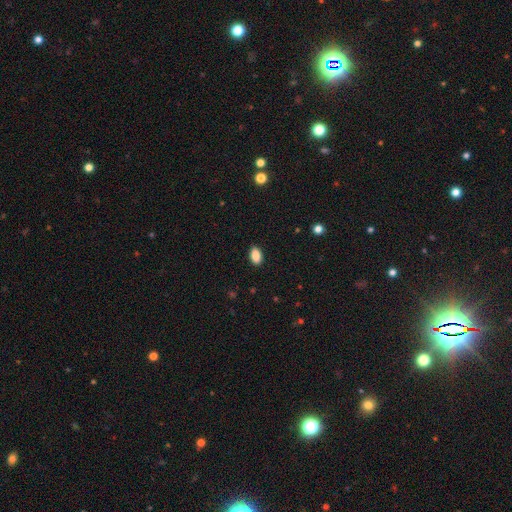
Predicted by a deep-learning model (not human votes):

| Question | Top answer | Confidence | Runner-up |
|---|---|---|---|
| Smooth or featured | smooth | 88% | star or artifact (8%) |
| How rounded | in between | 91% | round (7%) |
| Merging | none | 89% | minor disturbance (9%) |